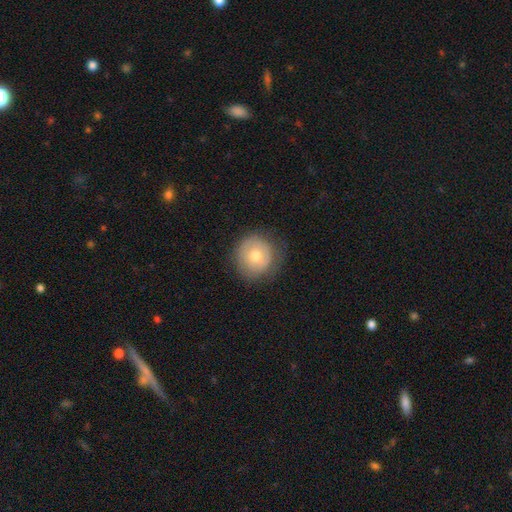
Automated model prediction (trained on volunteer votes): Smooth or featured? Predicted: smooth (p=0.64). How rounded? Predicted: round (p=0.91). Merging? Predicted: none (p=0.74).